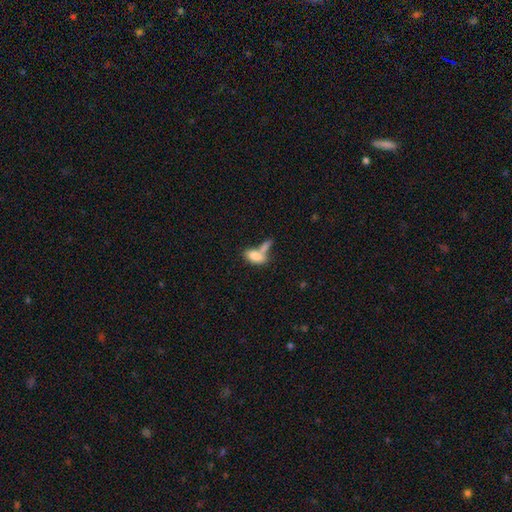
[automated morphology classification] The model was most divided on "merging": merger: 52%, none: 30%, minor disturbance: 11%, major disturbance: 7%. More confident: how rounded — in between (87%); smooth or featured — smooth (79%).